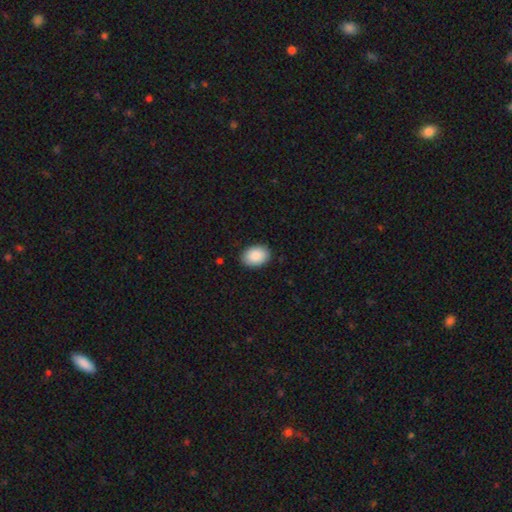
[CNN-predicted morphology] Smooth or featured: smooth — 90% (star or artifact — 6%)
How rounded: in between — 78% (round — 21%)
Merging: none — 88% (minor disturbance — 9%)